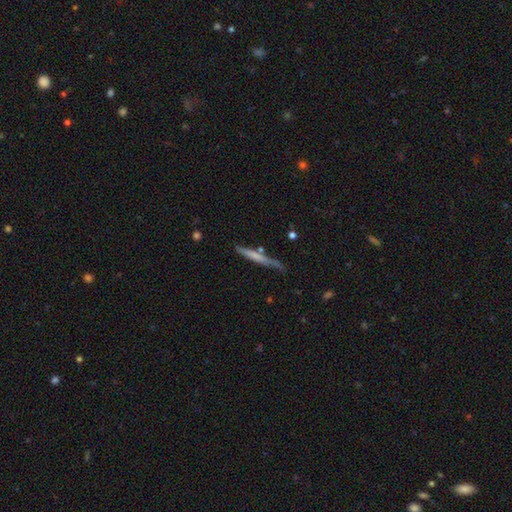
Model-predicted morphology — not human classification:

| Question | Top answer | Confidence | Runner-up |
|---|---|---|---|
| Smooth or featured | smooth | 55% | featured or disk (39%) |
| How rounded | cigar-shaped | 95% | in between (4%) |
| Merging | none | 65% | minor disturbance (23%) |